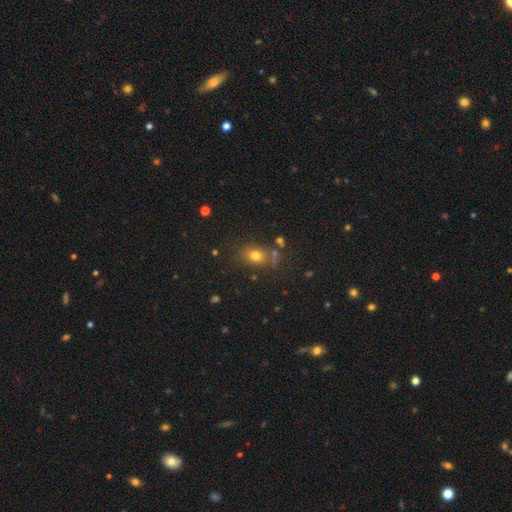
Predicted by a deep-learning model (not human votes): A smooth galaxy with no disk features (72%) that is in between round and cigar-shaped (55%). Merging: none (73%).